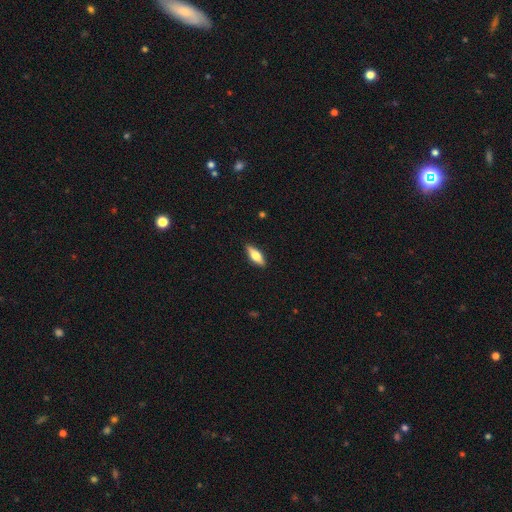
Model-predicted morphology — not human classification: smooth 59%, featured or disk 35%, star or artifact 6%. Down the decision tree: how rounded — in between (61%); merging — none (89%).